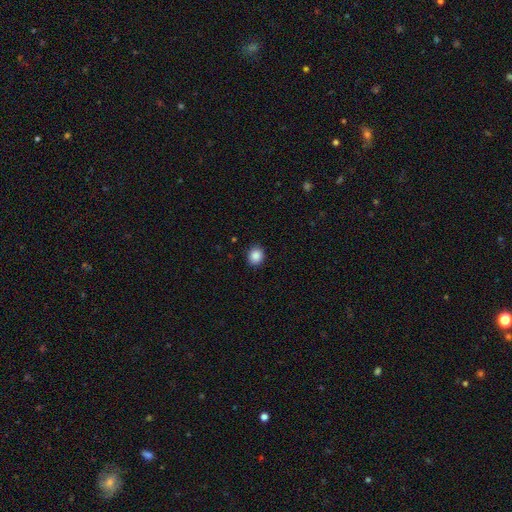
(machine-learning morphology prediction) smooth 88%, star or artifact 9%, featured or disk 3%. Down the decision tree: how rounded — round (76%); merging — none (91%).